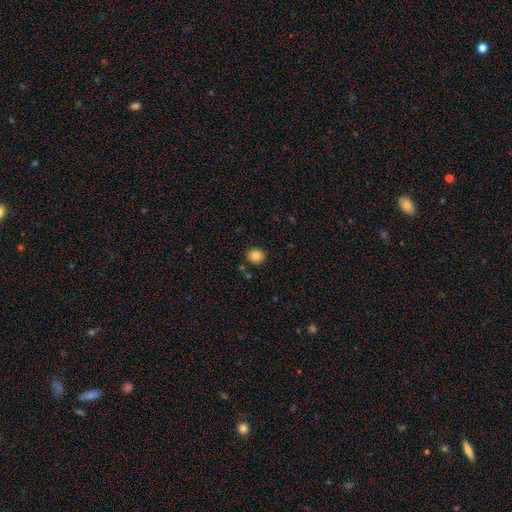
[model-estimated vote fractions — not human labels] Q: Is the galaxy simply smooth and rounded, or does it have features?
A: smooth — 84%.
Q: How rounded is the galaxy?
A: round — 87%.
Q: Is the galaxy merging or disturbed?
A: none — 87%.